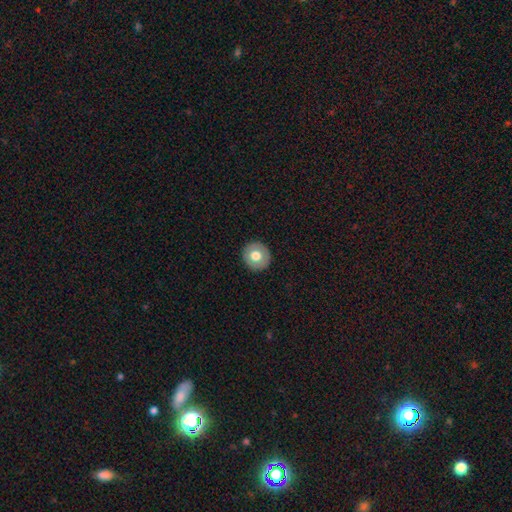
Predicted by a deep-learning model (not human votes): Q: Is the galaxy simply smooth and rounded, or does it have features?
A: smooth — 70%.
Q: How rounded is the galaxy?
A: round — 91%.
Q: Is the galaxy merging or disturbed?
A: none — 91%.